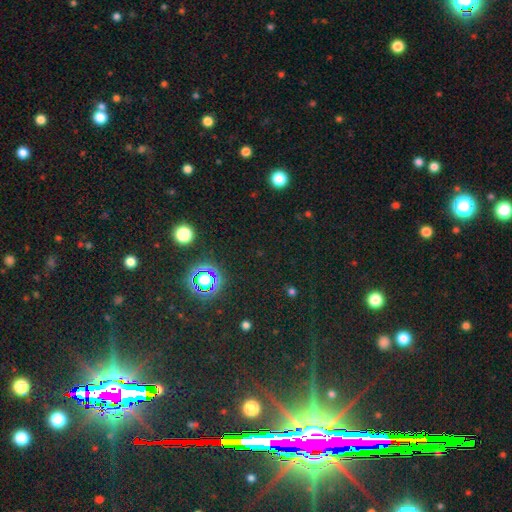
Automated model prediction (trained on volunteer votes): Smooth or featured?
  - star or artifact: 79% *
  - smooth: 11%
  - featured or disk: 10%